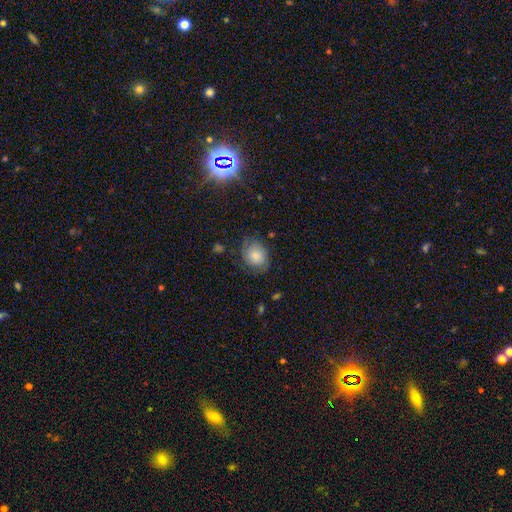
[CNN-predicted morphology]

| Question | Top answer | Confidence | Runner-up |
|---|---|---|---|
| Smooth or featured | smooth | 79% | featured or disk (13%) |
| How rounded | in between | 55% | round (44%) |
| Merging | none | 68% | minor disturbance (23%) |